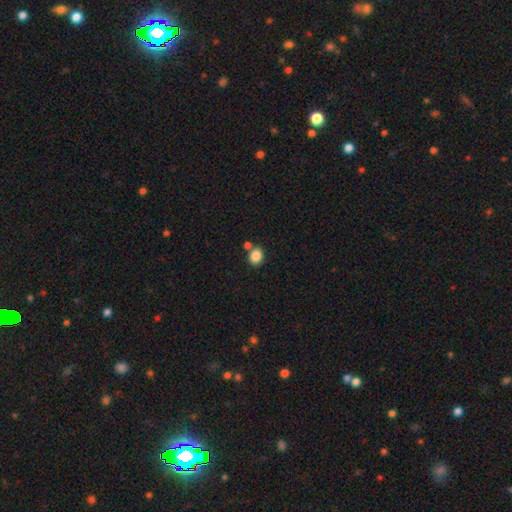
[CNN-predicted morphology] This is clearly a smooth galaxy (86%). How rounded: likely round (63%). Merging: likely none (69%).